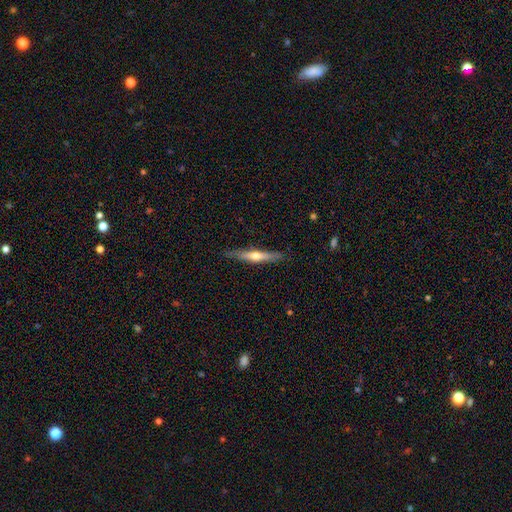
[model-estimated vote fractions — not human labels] Smooth or featured? Predicted: featured or disk (p=0.56). Edge-on disk? Predicted: yes (p=0.95). Edge-on bulge? Predicted: rounded (p=0.84). Merging? Predicted: none (p=0.86).